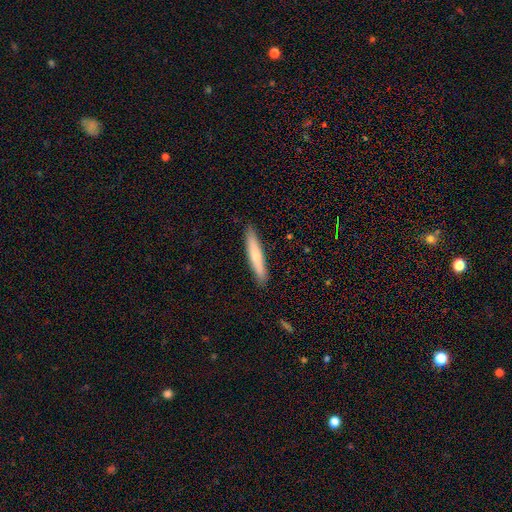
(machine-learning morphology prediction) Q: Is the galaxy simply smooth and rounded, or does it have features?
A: smooth — 68%.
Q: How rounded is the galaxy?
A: cigar-shaped — 92%.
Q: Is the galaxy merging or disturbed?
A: none — 90%.